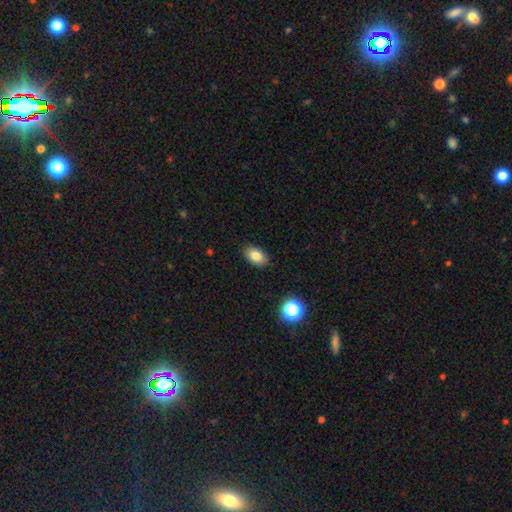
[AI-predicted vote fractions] The model was most divided on "smooth or featured": smooth: 83%, star or artifact: 9%, featured or disk: 8%. More confident: how rounded — in between (89%); merging — none (88%).